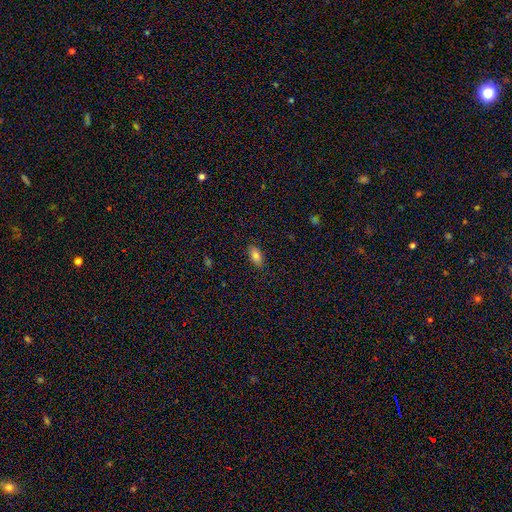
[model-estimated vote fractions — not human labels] A smooth galaxy with no disk features (82%) that is in between round and cigar-shaped (89%). Merging: none (87%).